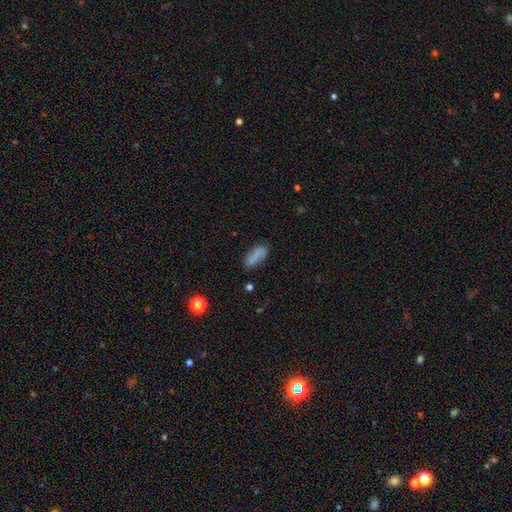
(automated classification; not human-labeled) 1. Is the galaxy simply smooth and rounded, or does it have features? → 71% smooth, 19% featured or disk, 10% star or artifact.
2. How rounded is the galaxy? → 79% in between, 17% cigar-shaped, 4% round.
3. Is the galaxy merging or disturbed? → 65% none, 20% minor disturbance, 7% major disturbance, 7% merger.